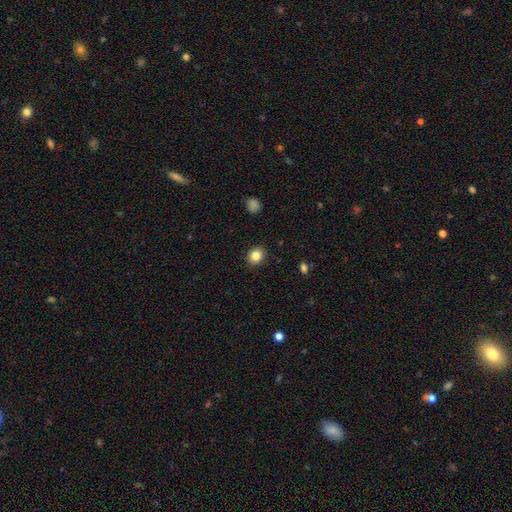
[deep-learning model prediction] The model was most divided on "how rounded": round: 71%, in between: 28%, cigar-shaped: 1%. More confident: merging — none (90%); smooth or featured — smooth (85%).